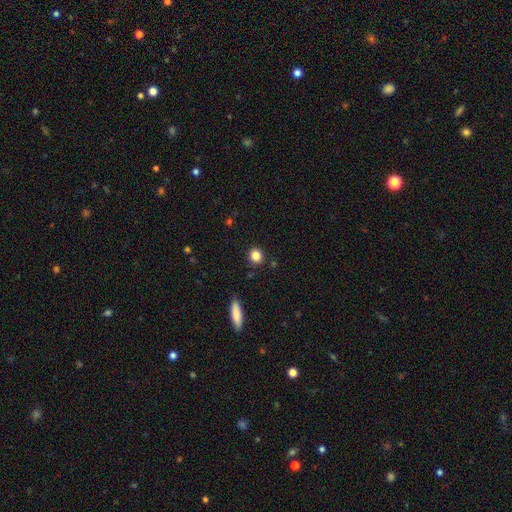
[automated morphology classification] A smooth galaxy with no disk features (84%) that is round (82%). Merging: none (88%).